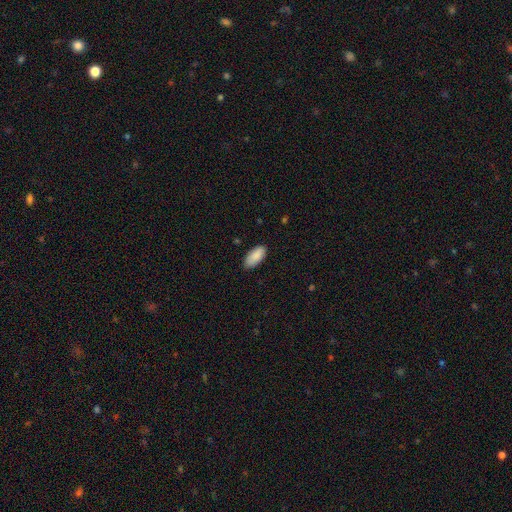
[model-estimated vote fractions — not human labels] smooth_or_featured: smooth (p=0.89) [alt: star or artifact p=0.06]
how_rounded: in between (p=0.92) [alt: cigar-shaped p=0.06]
merging: none (p=0.84) [alt: minor disturbance p=0.13]